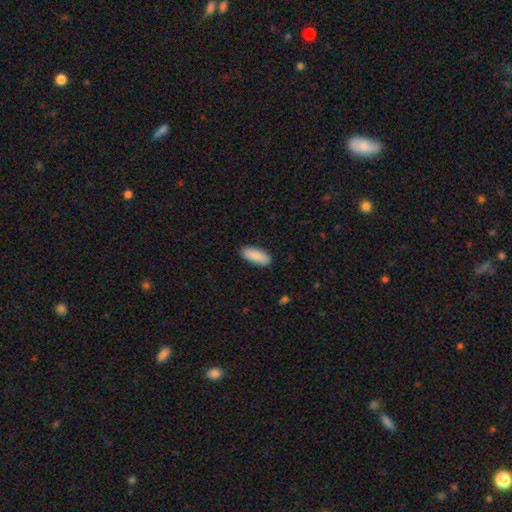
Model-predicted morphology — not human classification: This is clearly a smooth galaxy (89%). How rounded: likely in between (79%). Merging: clearly none (89%).